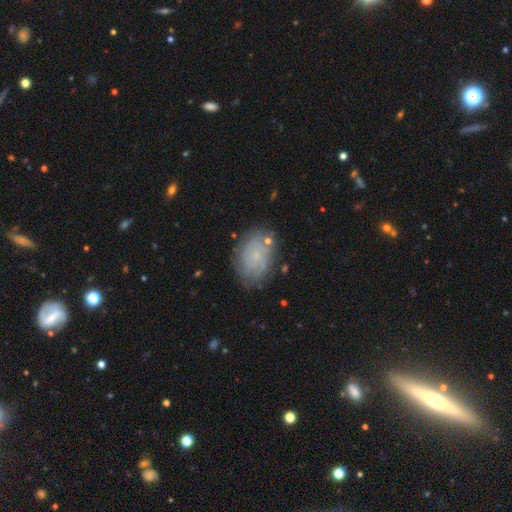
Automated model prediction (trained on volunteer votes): This is possibly a featured or disk galaxy (51%). It is clearly not viewed edge-on (96%). Merging: likely none (71%).